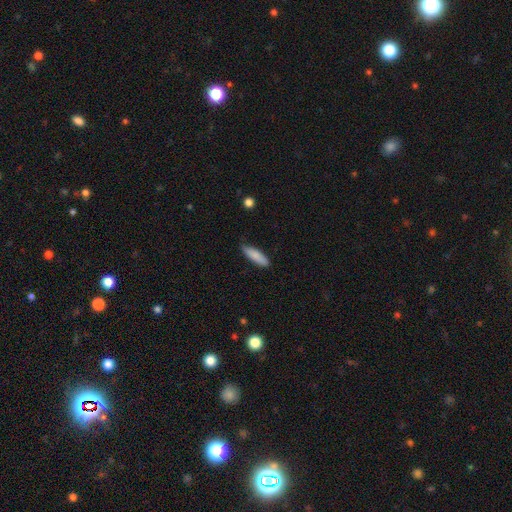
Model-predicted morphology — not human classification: smooth_or_featured: smooth (p=0.84) [alt: featured or disk p=0.10]
how_rounded: cigar-shaped (p=0.60) [alt: in between p=0.38]
merging: none (p=0.81) [alt: minor disturbance p=0.16]